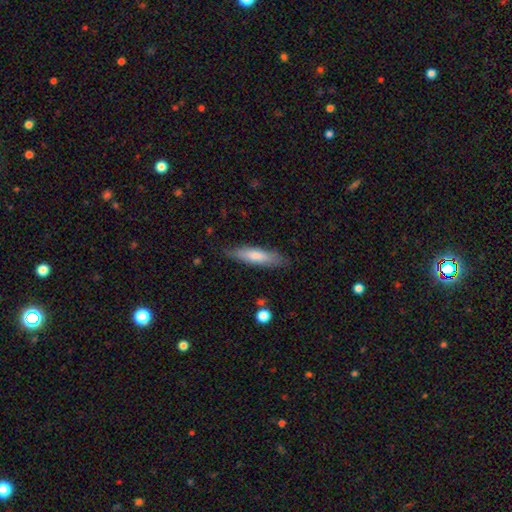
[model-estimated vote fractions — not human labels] smooth_or_featured: smooth (p=0.71) [alt: featured or disk p=0.24]
how_rounded: cigar-shaped (p=0.70) [alt: in between p=0.29]
merging: none (p=0.81) [alt: minor disturbance p=0.15]